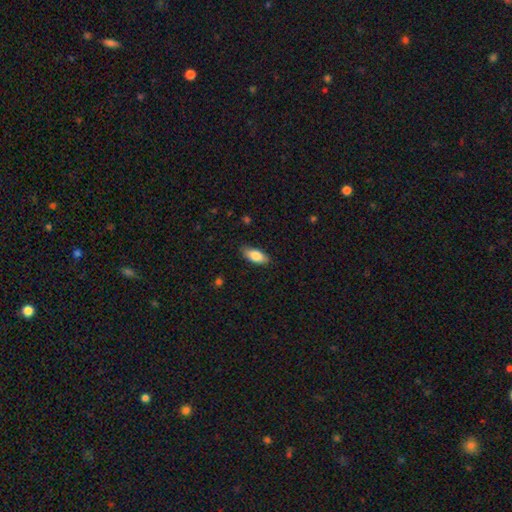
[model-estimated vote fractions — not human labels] A smooth galaxy with no disk features (84%) that is in between round and cigar-shaped (84%).

Vote fractions:
- Smooth or featured? smooth: 84% / featured or disk: 10% / star or artifact: 6%
- How rounded? in between: 84% / cigar-shaped: 13% / round: 2%
- Merging? none: 84% / minor disturbance: 13% / major disturbance: 2% / merger: 1%